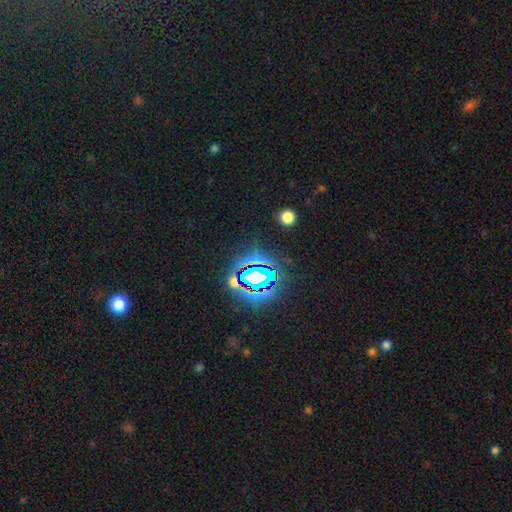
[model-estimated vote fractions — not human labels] Smooth or featured? Predicted: star or artifact (p=0.84).